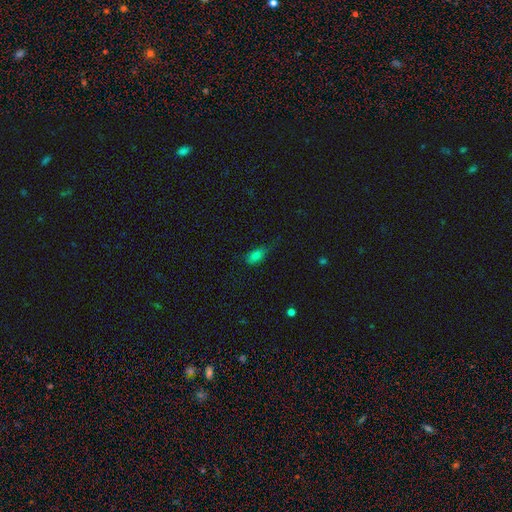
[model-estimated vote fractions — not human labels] Morphology: type=smooth (78%); roundness=in between (84%); merging=none (49%).